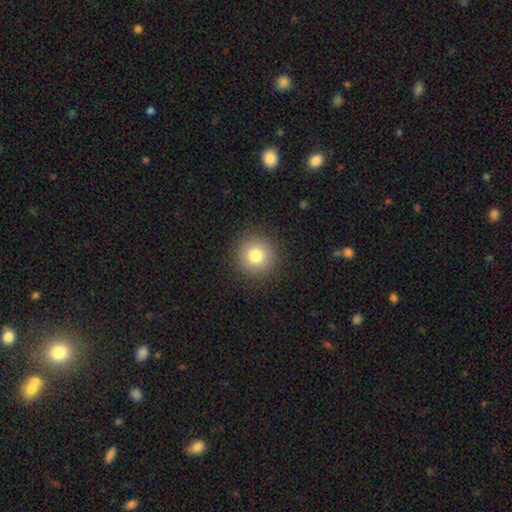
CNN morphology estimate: Smooth or featured: smooth — 79% (star or artifact — 11%)
How rounded: round — 94% (in between — 5%)
Merging: none — 91% (minor disturbance — 6%)